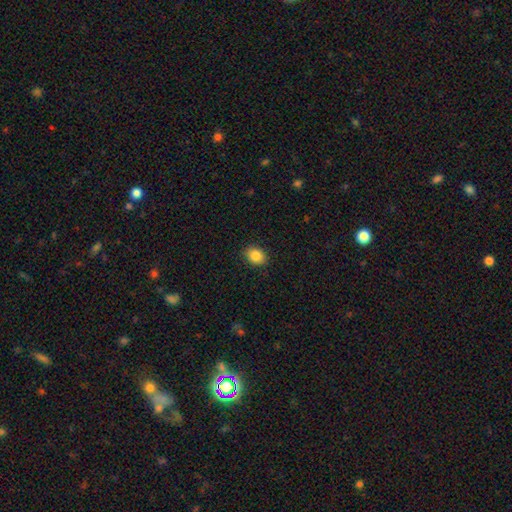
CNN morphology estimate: This is clearly a smooth galaxy (86%). How rounded: possibly in between (58%). Merging: clearly none (89%).